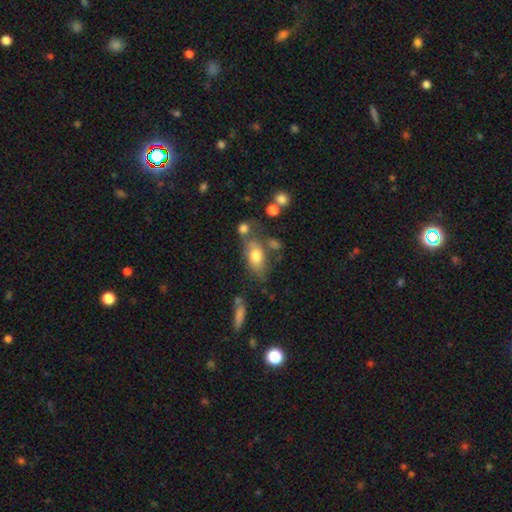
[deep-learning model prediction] Q: Smooth or featured?
A: smooth (72%); runner-up: featured or disk (20%)
Q: How rounded?
A: in between (86%); runner-up: round (8%)
Q: Merging?
A: none (50%); runner-up: minor disturbance (21%)